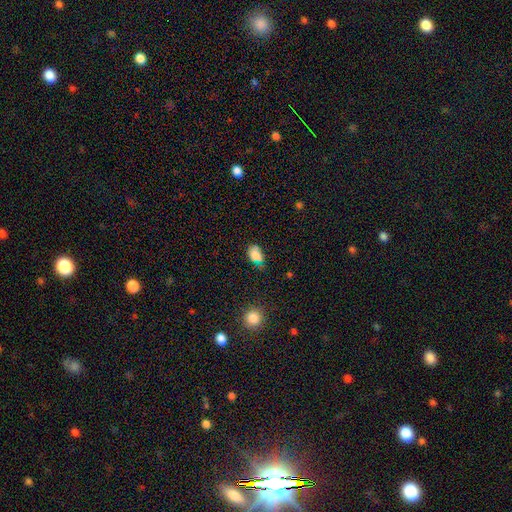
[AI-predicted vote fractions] This is likely a smooth galaxy (78%). How rounded: clearly in between (84%). Merging: possibly none (52%).